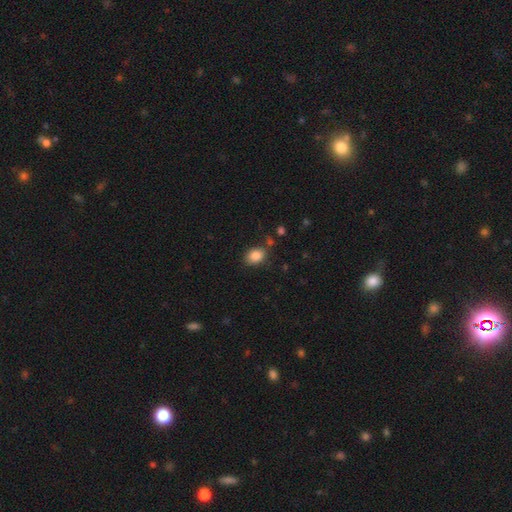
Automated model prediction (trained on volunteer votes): A smooth galaxy with no disk features (85%) that is in between round and cigar-shaped (69%).

Vote fractions:
- Smooth or featured? smooth: 85% / star or artifact: 9% / featured or disk: 6%
- How rounded? in between: 69% / round: 30% / cigar-shaped: 1%
- Merging? none: 76% / minor disturbance: 15% / merger: 5% / major disturbance: 4%